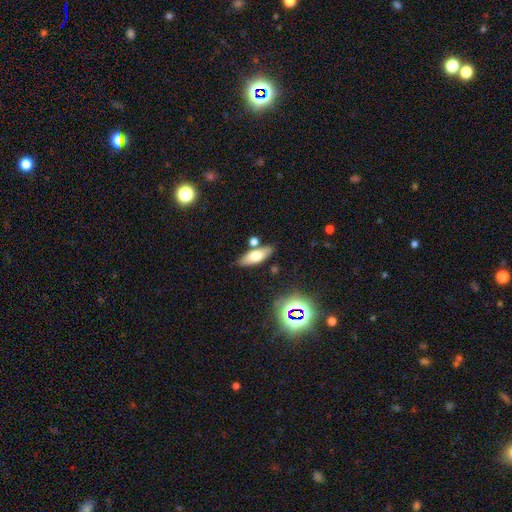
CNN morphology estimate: smooth-or-featured: smooth: 64% | featured or disk: 25% | star or artifact: 11%
  how-rounded: in between: 70% | cigar-shaped: 26% | round: 4%
  merging: none: 75% | minor disturbance: 12% | merger: 10% | major disturbance: 3%